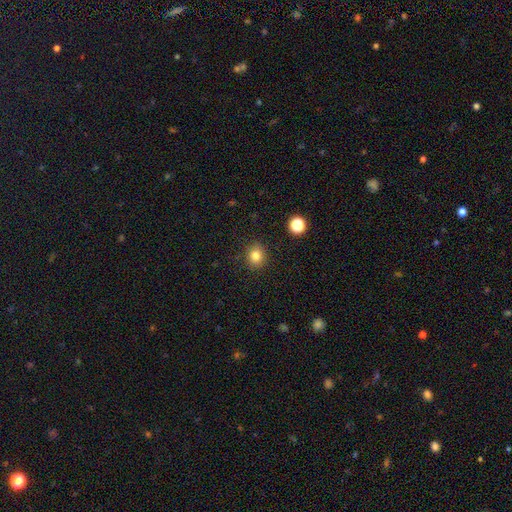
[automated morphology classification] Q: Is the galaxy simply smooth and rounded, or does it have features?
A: smooth — 82%.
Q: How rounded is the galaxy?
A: round — 78%.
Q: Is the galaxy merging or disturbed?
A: none — 89%.